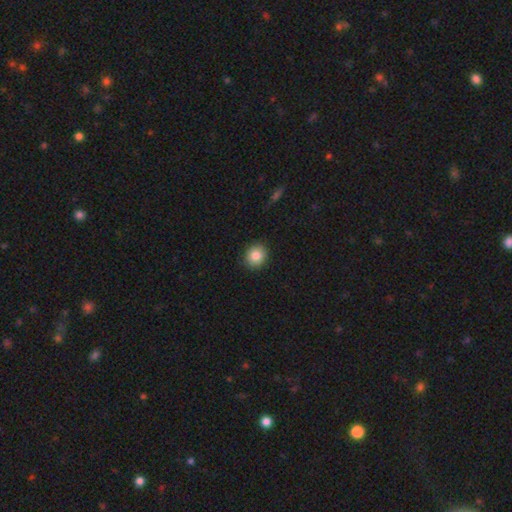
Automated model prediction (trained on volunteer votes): Overall: smooth (84%). How rounded: round (78%). Merging: none (90%).